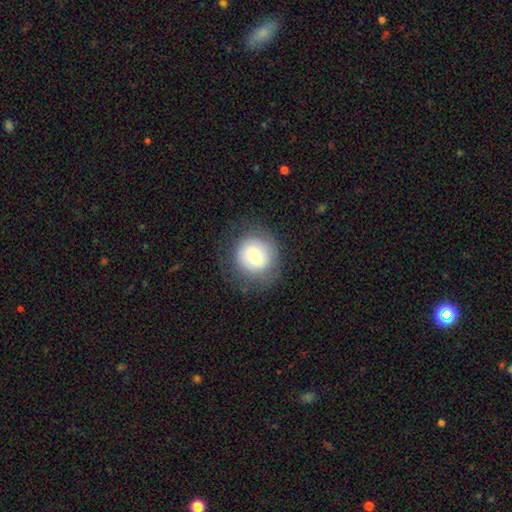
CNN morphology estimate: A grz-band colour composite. It shows a smooth galaxy with no disk features (68%) that is round (89%). Merging: none (74%).